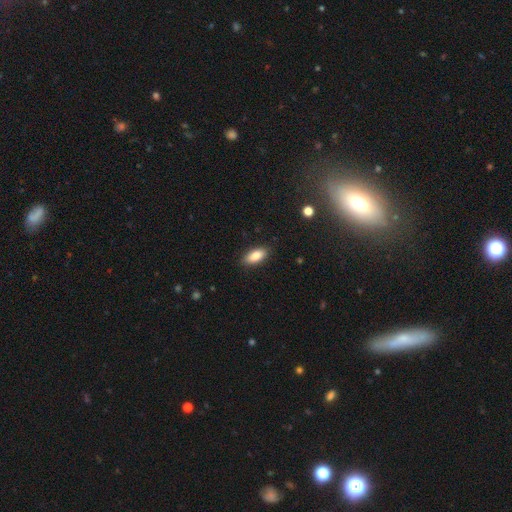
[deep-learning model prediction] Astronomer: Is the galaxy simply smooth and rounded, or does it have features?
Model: smooth — 84%.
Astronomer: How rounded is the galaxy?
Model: in between — 86%.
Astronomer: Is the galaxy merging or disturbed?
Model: none — 88%.